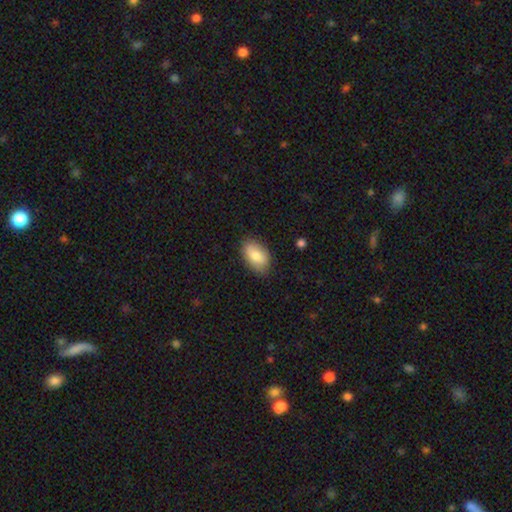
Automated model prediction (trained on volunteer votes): The model was most divided on "smooth or featured": smooth: 81%, featured or disk: 13%, star or artifact: 7%. More confident: how rounded — in between (92%); merging — none (82%).